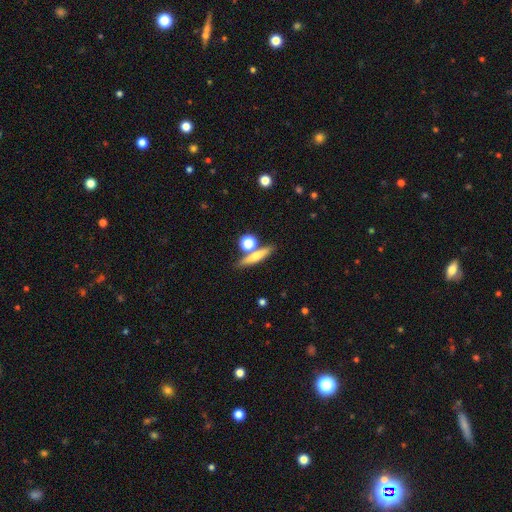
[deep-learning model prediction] Morphology: type=smooth (60%); roundness=cigar-shaped (68%); merging=none (70%).